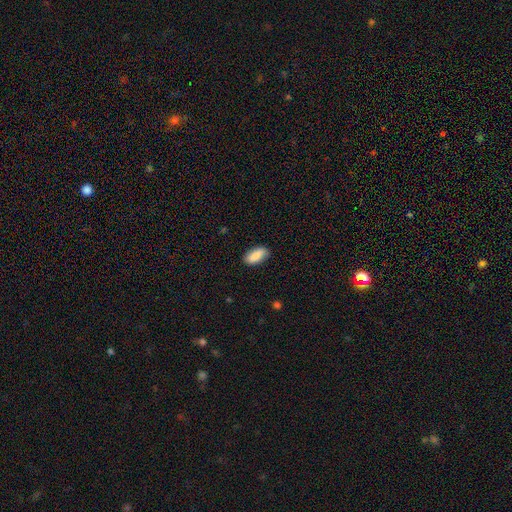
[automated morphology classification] A smooth galaxy with no disk features (87%) that is in between round and cigar-shaped (91%). Merging: none (85%).